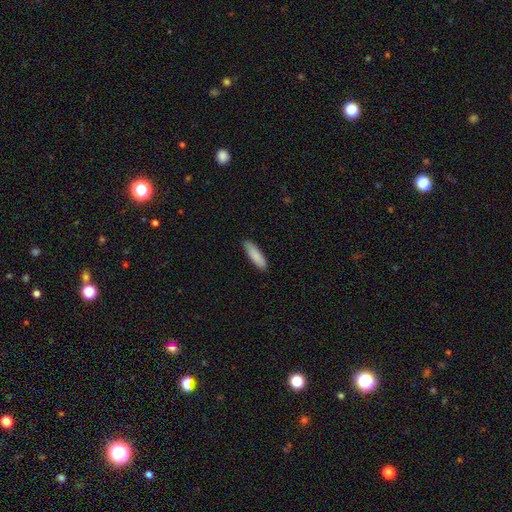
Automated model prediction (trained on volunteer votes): Smooth or featured? smooth (88%)
How rounded? cigar-shaped (65%)
Merging? none (84%)